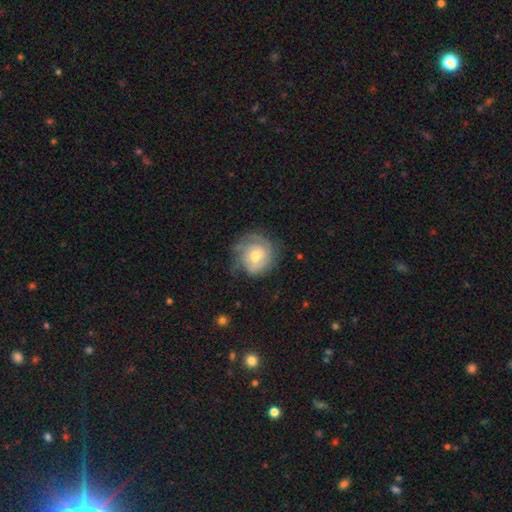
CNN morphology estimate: smooth_or_featured: featured or disk (p=0.71) [alt: smooth p=0.23]
disk_edge_on: no (p=0.97) [alt: yes p=0.03]
bar: no (p=0.57) [alt: weak p=0.36]
has_spiral_arms: yes (p=0.89) [alt: no p=0.11]
spiral_winding: tight (p=0.64) [alt: medium p=0.27]
spiral_arm_count: can't tell (p=0.35) [alt: 2 p=0.33]
bulge_size: moderate (p=0.63) [alt: small p=0.28]
merging: none (p=0.66) [alt: minor disturbance p=0.22]